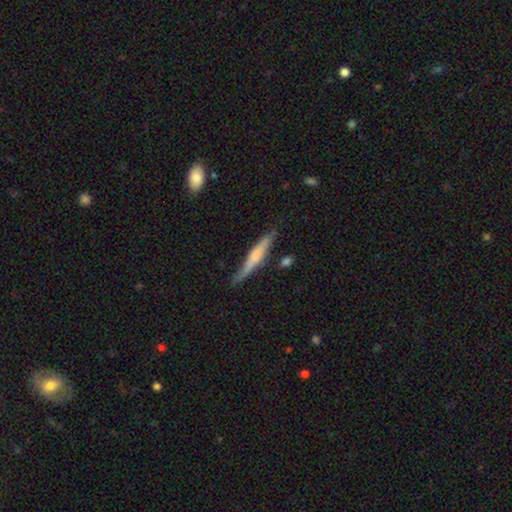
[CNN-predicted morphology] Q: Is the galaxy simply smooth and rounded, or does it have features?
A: featured or disk — 50%.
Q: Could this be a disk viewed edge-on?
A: yes — 95%.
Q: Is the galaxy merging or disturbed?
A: none — 75%.